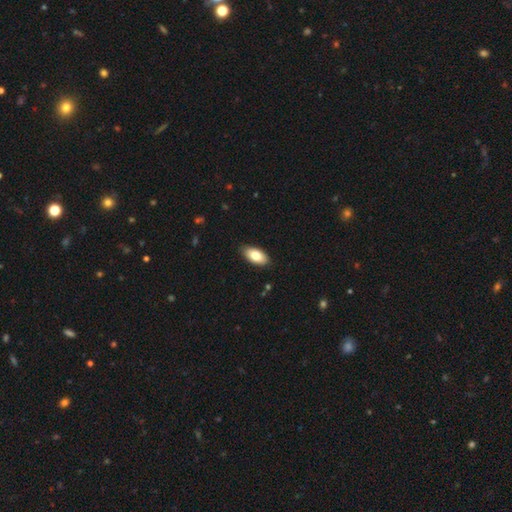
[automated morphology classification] type=smooth (81%); roundness=in between (93%); merging=none (87%).